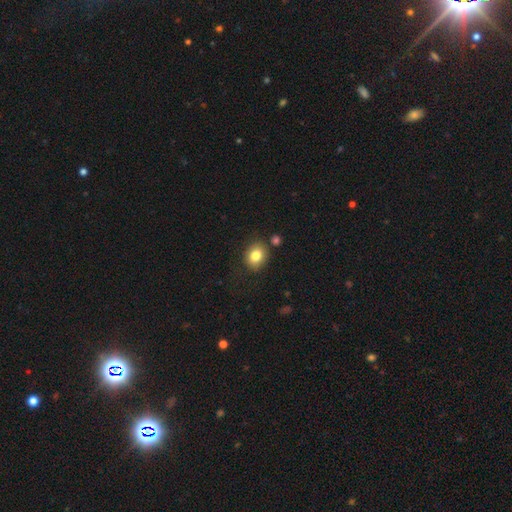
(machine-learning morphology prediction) Q: Smooth or featured?
A: smooth (82%); runner-up: star or artifact (10%)
Q: How rounded?
A: round (54%); runner-up: in between (45%)
Q: Merging?
A: none (80%); runner-up: minor disturbance (12%)